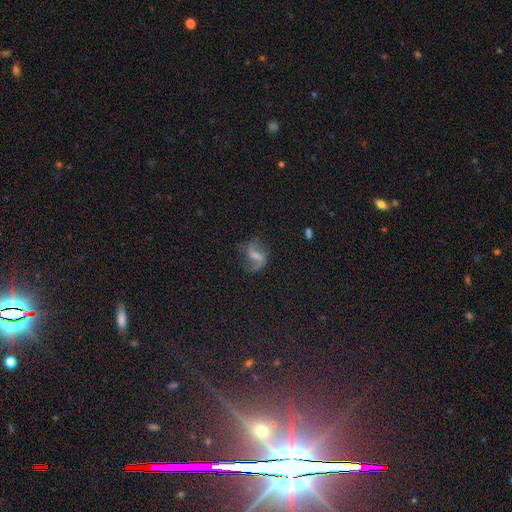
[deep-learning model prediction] Smooth or featured?
  - featured or disk: 72% *
  - star or artifact: 15%
  - smooth: 13%
Edge-on disk?
  - no: 97% *
  - yes: 3%
Bar?
  - weak: 48% *
  - strong: 28%
  - no: 25%
Spiral arms?
  - yes: 93% *
  - no: 7%
Spiral winding?
  - loose: 60% *
  - medium: 32%
  - tight: 9%
Spiral arm count?
  - 2: 88% *
  - 1: 6%
  - can't tell: 3%
  - 3: 1%
  - 4: 1%
  - more than 4: 1%
Bulge size?
  - small: 45% *
  - moderate: 31%
  - none: 19%
  - large: 4%
  - dominant: 2%
Merging?
  - none: 70% *
  - minor disturbance: 17%
  - major disturbance: 11%
  - merger: 2%